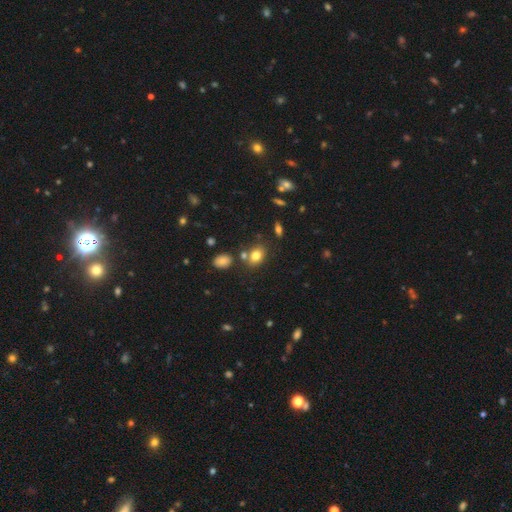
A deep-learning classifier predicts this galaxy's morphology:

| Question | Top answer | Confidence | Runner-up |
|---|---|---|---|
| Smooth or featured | smooth | 78% | star or artifact (12%) |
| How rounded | in between | 66% | round (33%) |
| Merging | none | 67% | merger (16%) |